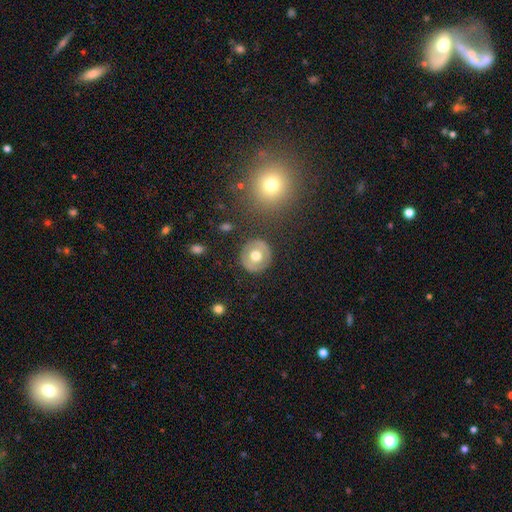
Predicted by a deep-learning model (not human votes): Morphology: type=smooth (57%); roundness=round (92%); merging=none (87%).